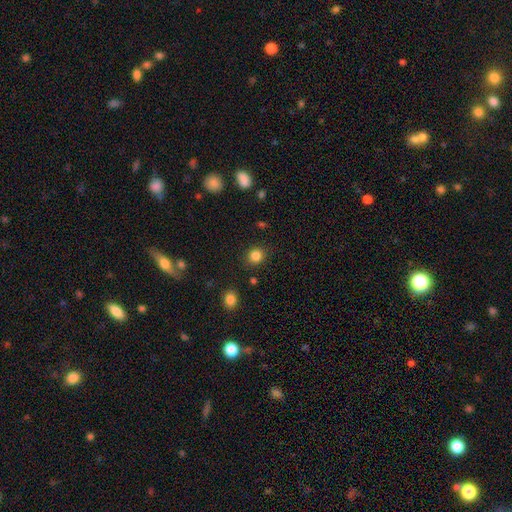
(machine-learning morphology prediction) A smooth galaxy with no disk features (84%) that is round (84%).

Vote fractions:
- Smooth or featured? smooth: 84% / star or artifact: 12% / featured or disk: 4%
- How rounded? round: 84% / in between: 15% / cigar-shaped: 1%
- Merging? none: 87% / minor disturbance: 8% / major disturbance: 3% / merger: 2%